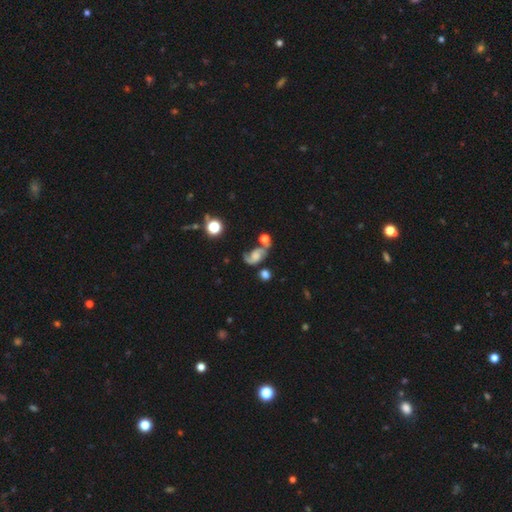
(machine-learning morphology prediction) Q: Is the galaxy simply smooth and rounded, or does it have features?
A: featured or disk — 75%.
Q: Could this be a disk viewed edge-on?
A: no — 97%.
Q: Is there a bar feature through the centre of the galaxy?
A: no — 62%.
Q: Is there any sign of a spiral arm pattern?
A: yes — 94%.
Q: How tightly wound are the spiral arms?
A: medium — 45%.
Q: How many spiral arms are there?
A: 2 — 84%.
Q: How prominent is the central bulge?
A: none — 32%.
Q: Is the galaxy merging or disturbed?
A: none — 45%.